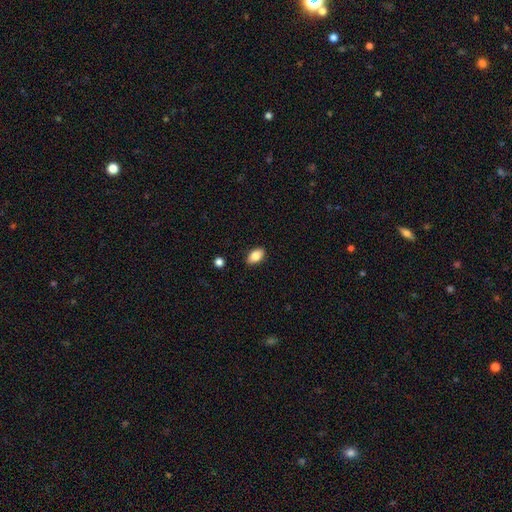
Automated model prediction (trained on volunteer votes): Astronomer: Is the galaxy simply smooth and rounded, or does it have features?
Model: smooth — 84%.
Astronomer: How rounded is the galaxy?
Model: in between — 91%.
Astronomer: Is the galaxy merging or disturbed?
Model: none — 88%.